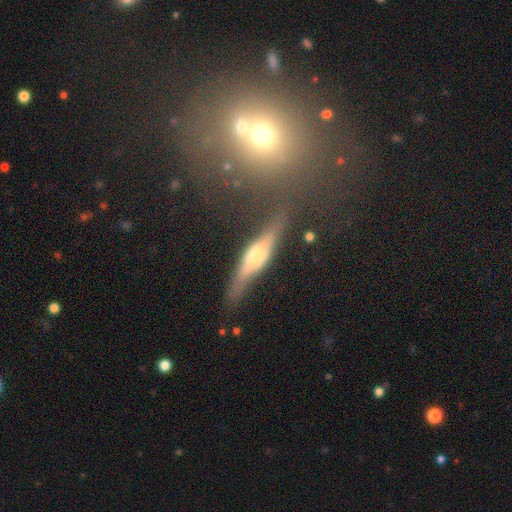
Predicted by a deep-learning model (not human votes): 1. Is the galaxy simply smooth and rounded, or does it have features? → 75% featured or disk, 17% smooth, 8% star or artifact.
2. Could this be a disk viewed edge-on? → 84% yes, 16% no.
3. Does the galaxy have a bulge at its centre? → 85% rounded, 10% boxy, 5% none.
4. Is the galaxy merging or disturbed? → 70% none, 18% minor disturbance, 7% major disturbance, 6% merger.